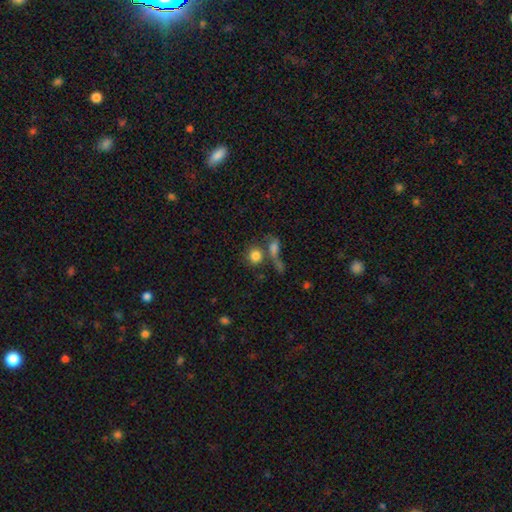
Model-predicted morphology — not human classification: This appears to be a smooth galaxy with no disk features (79%) that is round (79%). Merging: none (47%).